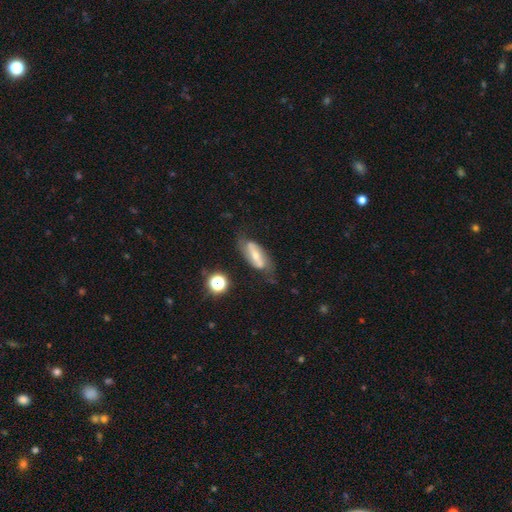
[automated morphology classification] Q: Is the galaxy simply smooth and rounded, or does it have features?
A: featured or disk — 67%.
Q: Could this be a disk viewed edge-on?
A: no — 85%.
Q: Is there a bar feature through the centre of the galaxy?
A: strong — 57%.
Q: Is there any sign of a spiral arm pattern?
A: yes — 79%.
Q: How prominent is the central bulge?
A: small — 49%.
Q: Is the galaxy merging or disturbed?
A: none — 66%.